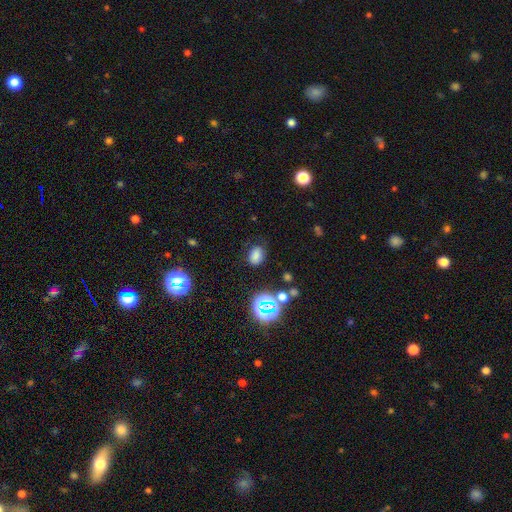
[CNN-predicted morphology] This appears to be a smooth galaxy with no disk features (73%) that is in between round and cigar-shaped (74%). Merging: none (77%).